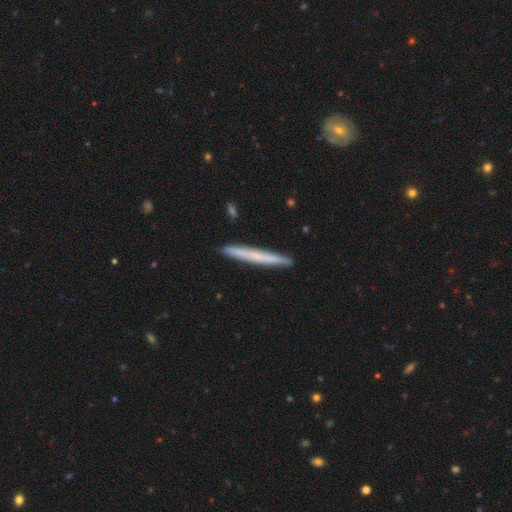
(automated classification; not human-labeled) smooth-or-featured: smooth: 58% | featured or disk: 36% | star or artifact: 6%
  how-rounded: cigar-shaped: 97% | in between: 2% | round: 1%
  merging: none: 91% | minor disturbance: 6% | merger: 1% | major disturbance: 1%